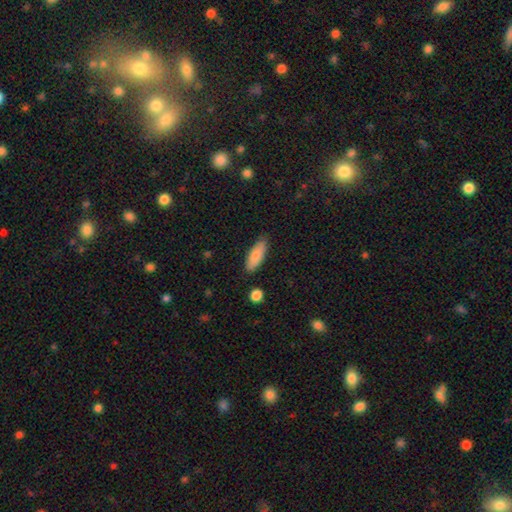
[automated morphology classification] Smooth or featured? smooth (86%)
How rounded? in between (62%)
Merging? none (83%)